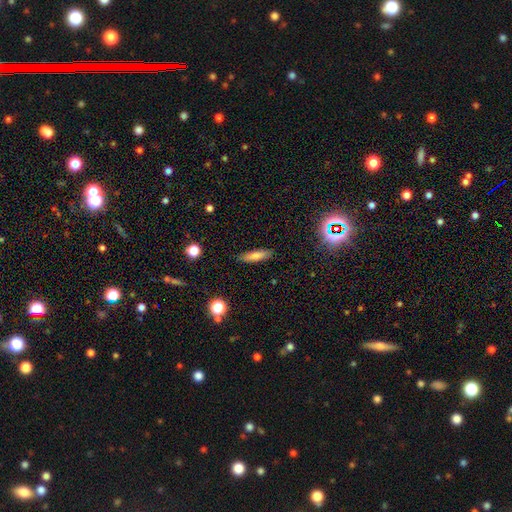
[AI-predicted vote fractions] Smooth or featured? Predicted: smooth (p=0.76). How rounded? Predicted: cigar-shaped (p=0.70). Merging? Predicted: none (p=0.87).